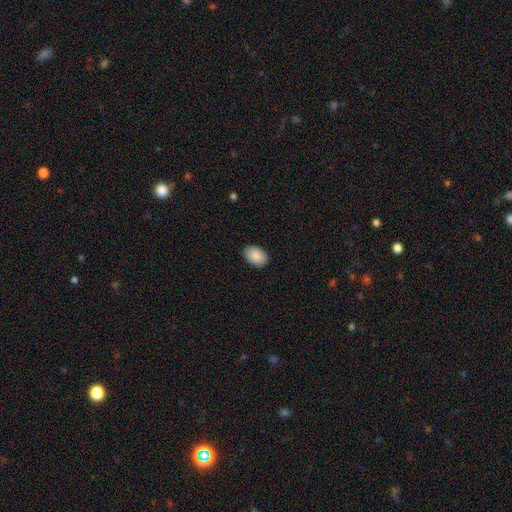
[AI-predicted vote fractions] smooth 89%, star or artifact 6%, featured or disk 5%. Down the decision tree: how rounded — in between (88%); merging — none (88%).